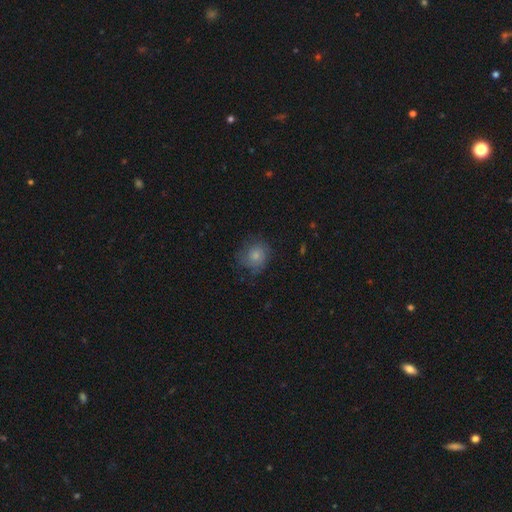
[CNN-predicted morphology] smooth_or_featured: smooth (p=0.72) [alt: featured or disk p=0.19]
how_rounded: round (p=0.80) [alt: in between p=0.19]
merging: none (p=0.64) [alt: minor disturbance p=0.24]